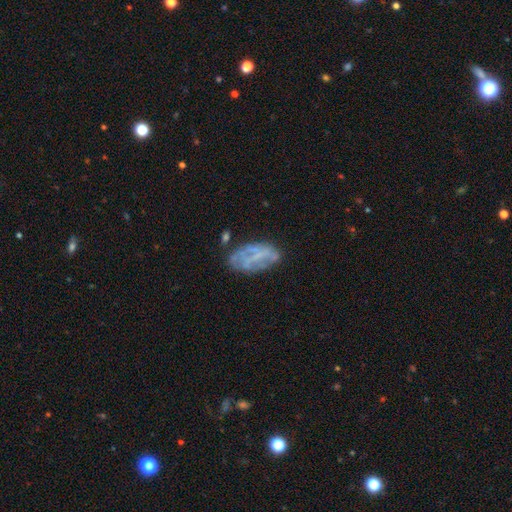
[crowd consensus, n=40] Smooth or featured? featured or disk (72%)
Edge-on disk? no (100%)
Bar? strong (38%)
Spiral arms? no (52%)
Bulge size? none (76%)
Merging? none (63%)